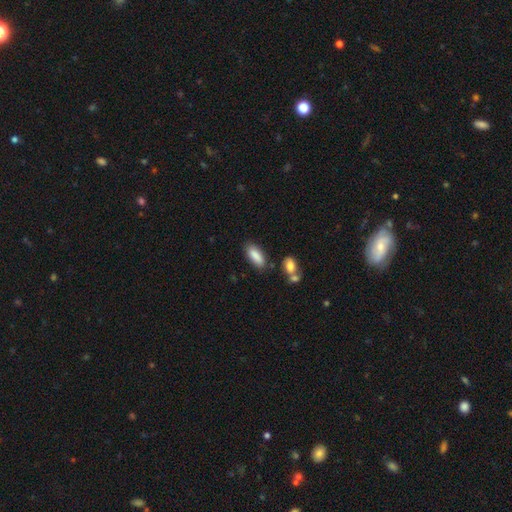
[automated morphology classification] This appears to be a smooth galaxy with no disk features (87%) that is in between round and cigar-shaped (75%). Merging: none (79%).